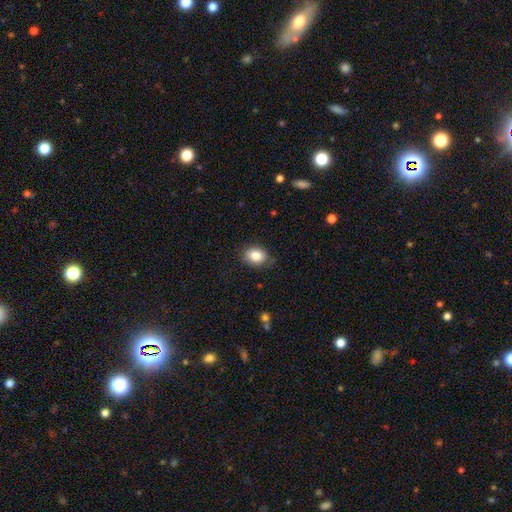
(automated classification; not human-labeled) Overall: smooth (85%). How rounded: in between (58%; round 41%). Merging: none (80%).